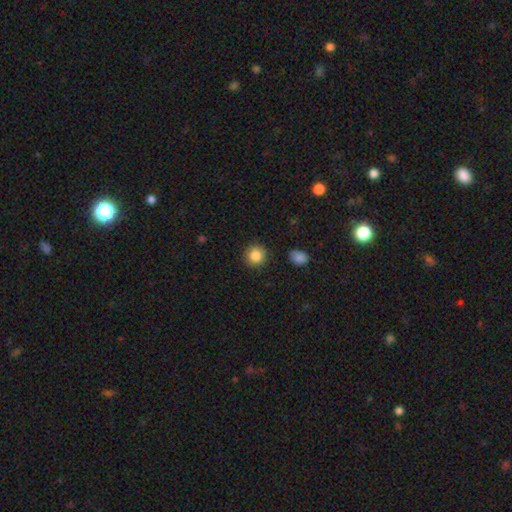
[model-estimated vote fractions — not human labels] smooth-or-featured: smooth: 86% | star or artifact: 9% | featured or disk: 4%
  how-rounded: round: 92% | in between: 7% | cigar-shaped: 1%
  merging: none: 89% | minor disturbance: 7% | major disturbance: 2% | merger: 2%